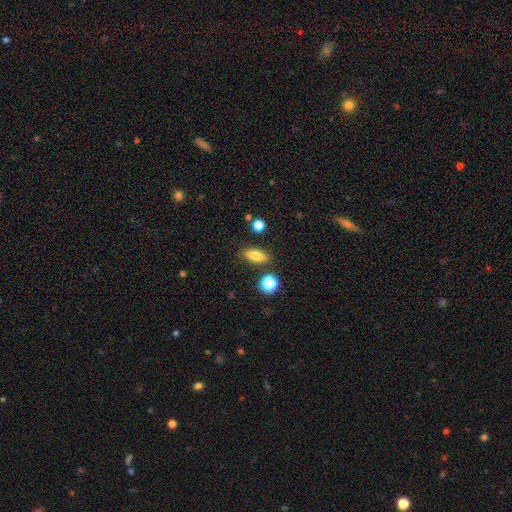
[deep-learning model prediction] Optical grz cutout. It shows a smooth galaxy with no disk features (75%) that is in between round and cigar-shaped (64%). Merging: none (84%).